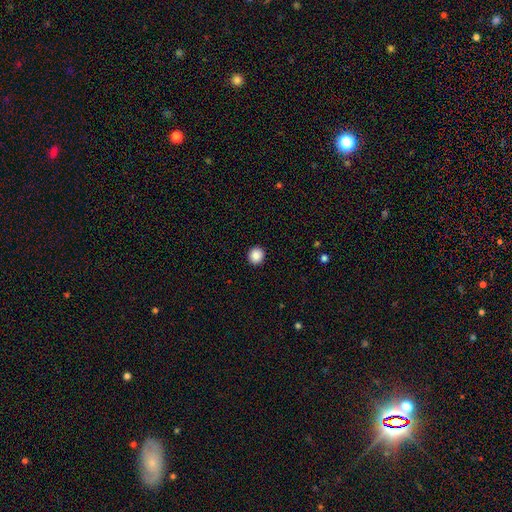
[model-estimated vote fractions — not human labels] The model was most divided on "smooth or featured": smooth: 88%, star or artifact: 9%, featured or disk: 3%. More confident: merging — none (93%); how rounded — round (91%).